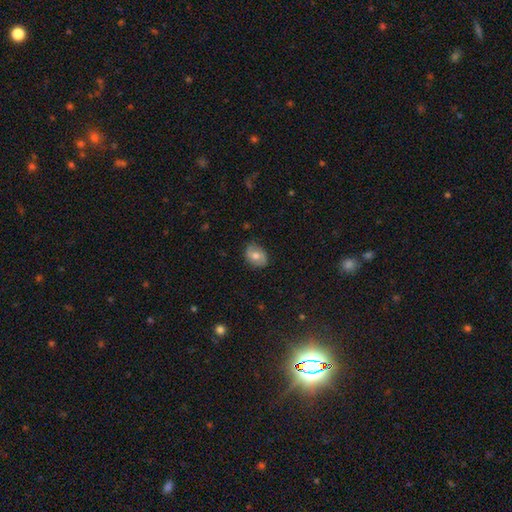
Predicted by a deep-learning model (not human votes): Smooth or featured? smooth (59%)
How rounded? in between (66%)
Merging? none (81%)